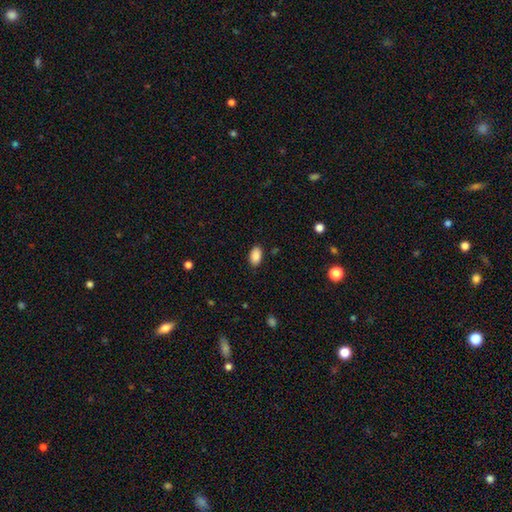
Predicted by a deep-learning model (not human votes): A smooth galaxy with no disk features (89%) that is in between round and cigar-shaped (92%). Merging: none (86%).